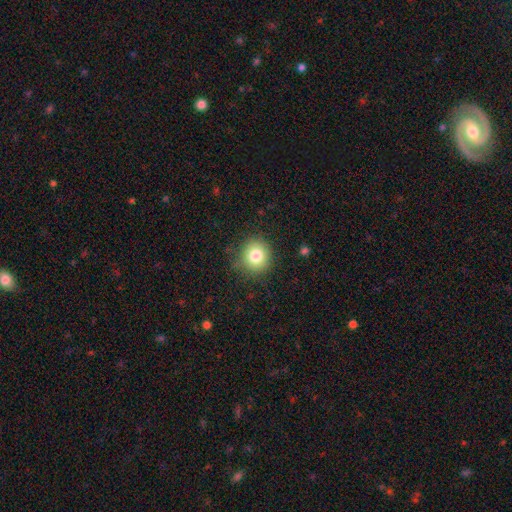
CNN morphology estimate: smooth 80%, star or artifact 11%, featured or disk 9%. Down the decision tree: how rounded — round (87%); merging — none (85%).